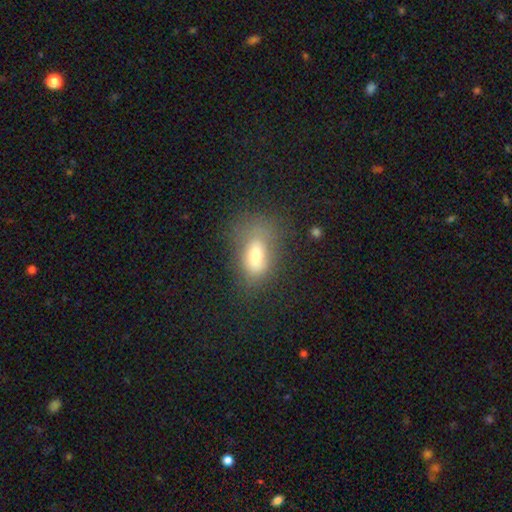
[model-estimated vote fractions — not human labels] A smooth galaxy with no disk features (68%) that is in between round and cigar-shaped (84%).

Vote fractions:
- Smooth or featured? smooth: 68% / featured or disk: 20% / star or artifact: 13%
- How rounded? in between: 84% / round: 9% / cigar-shaped: 7%
- Merging? none: 48% / minor disturbance: 28% / major disturbance: 21% / merger: 4%